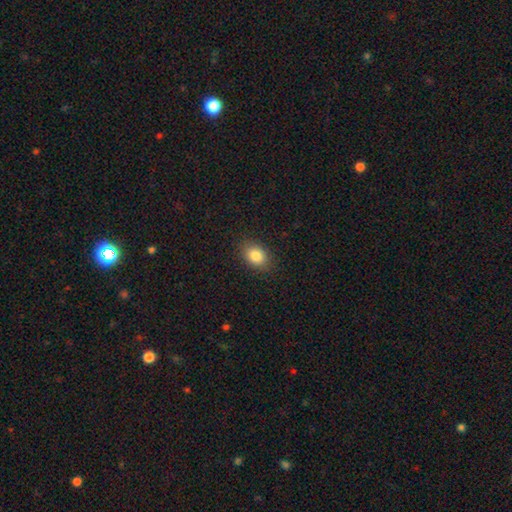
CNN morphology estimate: smooth_or_featured: smooth (p=0.85) [alt: star or artifact p=0.09]
how_rounded: in between (p=0.71) [alt: round p=0.28]
merging: none (p=0.87) [alt: minor disturbance p=0.10]